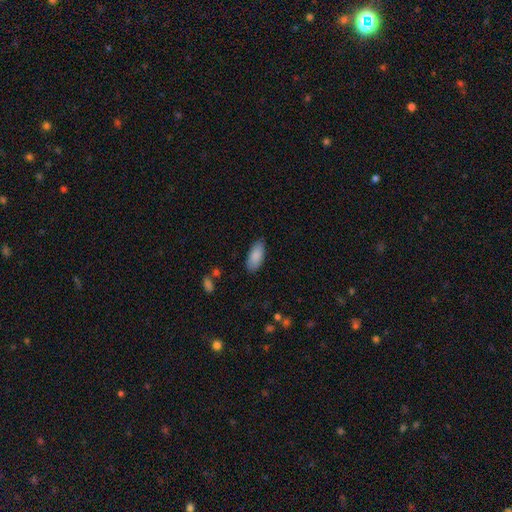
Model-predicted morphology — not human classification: Smooth or featured?
  - smooth: 87% *
  - featured or disk: 7%
  - star or artifact: 6%
How rounded?
  - in between: 87% *
  - cigar-shaped: 11%
  - round: 2%
Merging?
  - none: 82% *
  - minor disturbance: 14%
  - major disturbance: 3%
  - merger: 1%